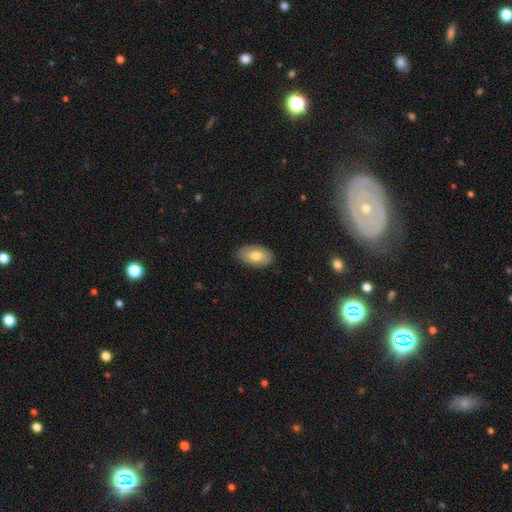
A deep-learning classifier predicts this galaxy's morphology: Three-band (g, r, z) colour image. It shows a smooth galaxy with no disk features (76%) that is in between round and cigar-shaped (93%). Merging: none (87%).